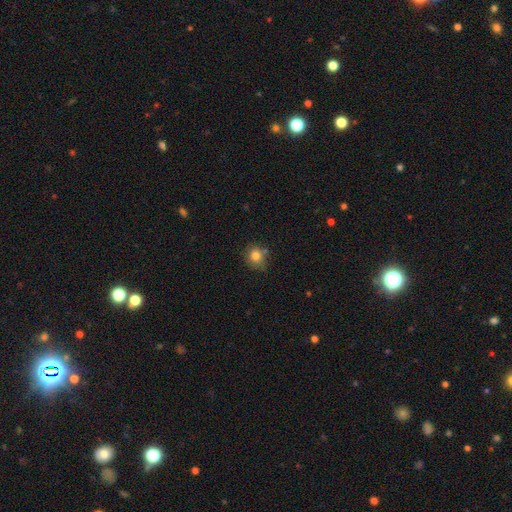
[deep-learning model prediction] Smooth or featured? Predicted: smooth (p=0.82). How rounded? Predicted: round (p=0.83). Merging? Predicted: none (p=0.73).